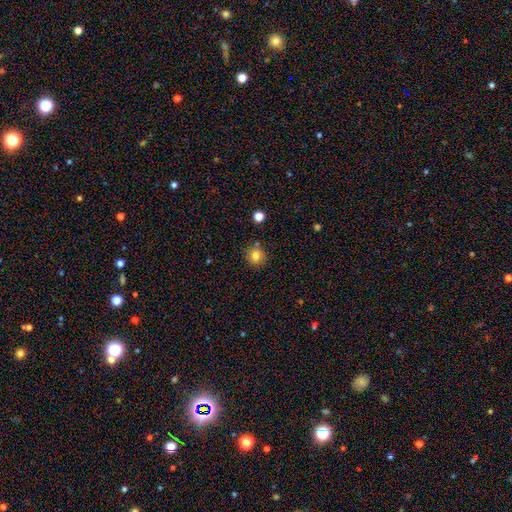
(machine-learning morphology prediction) A smooth galaxy with no disk features (81%) that is round (84%). Merging: none (82%).